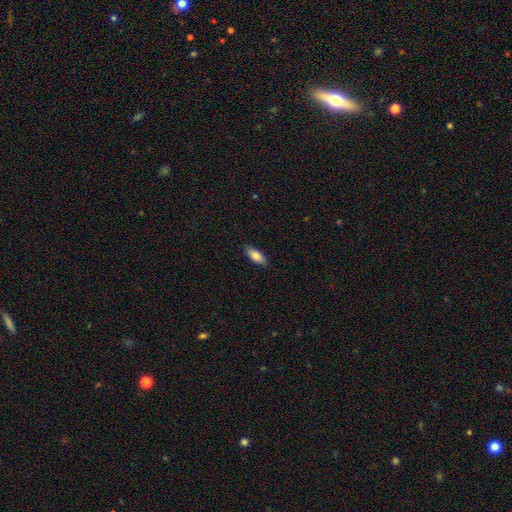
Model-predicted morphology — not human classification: This is clearly a smooth galaxy (82%). How rounded: likely in between (78%). Merging: clearly none (86%).